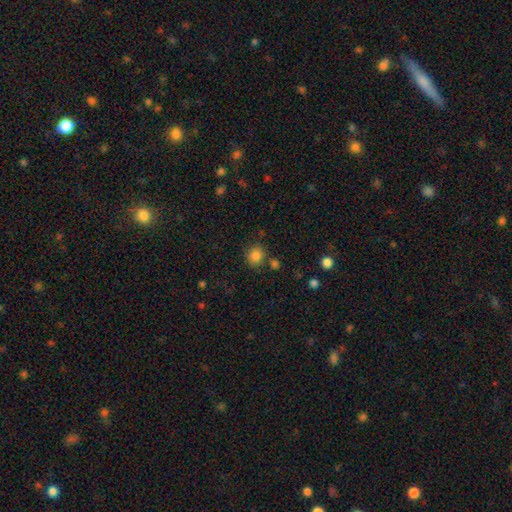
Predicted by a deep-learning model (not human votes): A smooth galaxy with no disk features (84%) that is round (85%). Merging: none (78%).